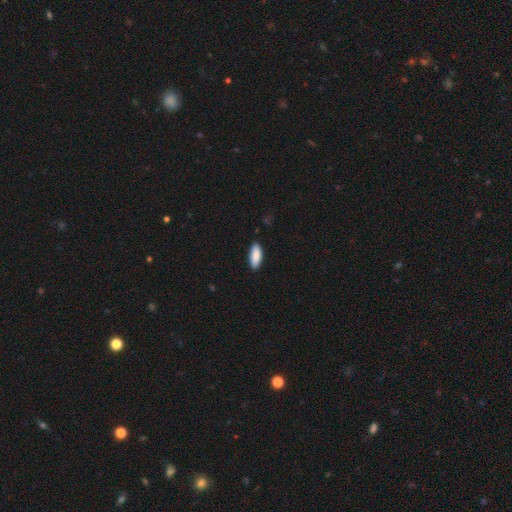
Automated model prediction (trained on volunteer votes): Smooth or featured?
  - smooth: 90% *
  - star or artifact: 6%
  - featured or disk: 5%
How rounded?
  - in between: 77% *
  - cigar-shaped: 22%
  - round: 2%
Merging?
  - none: 89% *
  - minor disturbance: 9%
  - major disturbance: 2%
  - merger: 1%